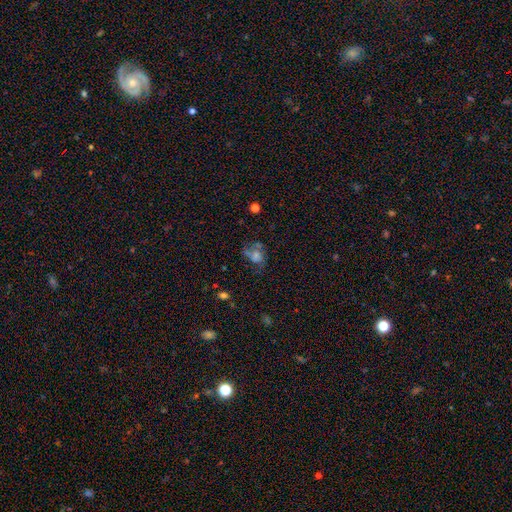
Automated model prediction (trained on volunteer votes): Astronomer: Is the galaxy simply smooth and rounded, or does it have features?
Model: smooth — 50% (runner-up: featured or disk, 33%).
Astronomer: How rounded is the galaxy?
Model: in between — 55% (runner-up: round, 43%).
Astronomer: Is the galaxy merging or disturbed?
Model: none — 37% (runner-up: major disturbance, 29%).